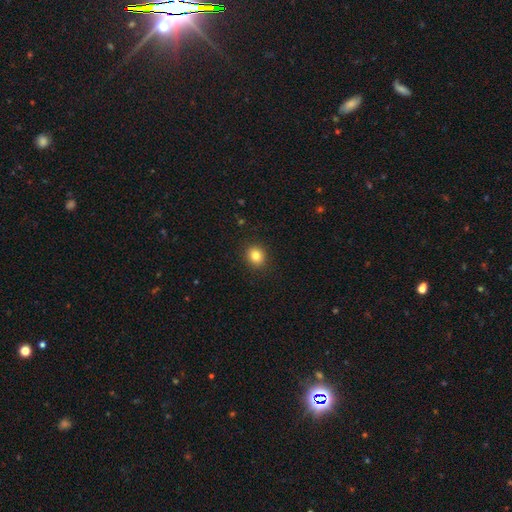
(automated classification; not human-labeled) The model was most divided on "how rounded": round: 81%, in between: 18%, cigar-shaped: 1%. More confident: merging — none (91%); smooth or featured — smooth (83%).